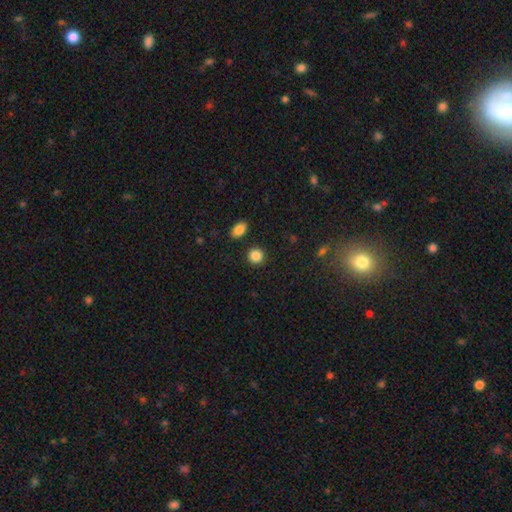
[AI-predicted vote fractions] smooth 87%, star or artifact 9%, featured or disk 4%. Down the decision tree: how rounded — round (89%); merging — none (89%).